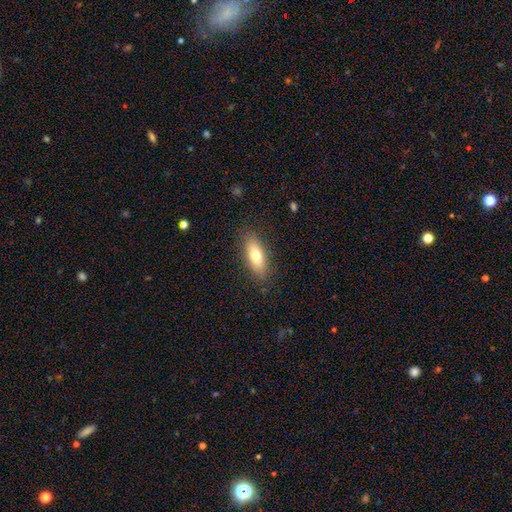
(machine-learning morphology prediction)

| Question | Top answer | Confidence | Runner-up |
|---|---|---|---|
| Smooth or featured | smooth | 72% | featured or disk (21%) |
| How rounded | in between | 70% | cigar-shaped (27%) |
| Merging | none | 86% | minor disturbance (10%) |